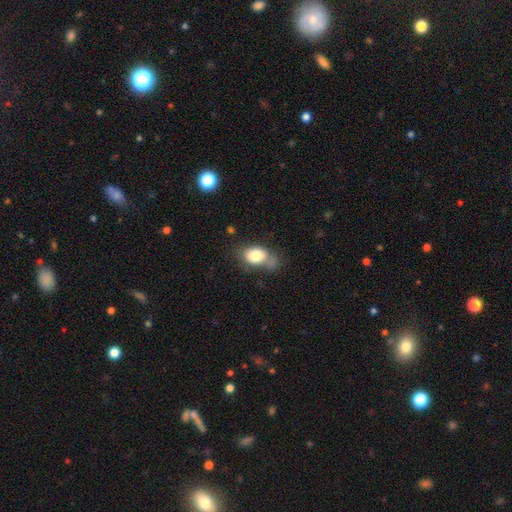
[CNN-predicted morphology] smooth 79%, featured or disk 13%, star or artifact 8%. Down the decision tree: how rounded — in between (81%); merging — none (42%).